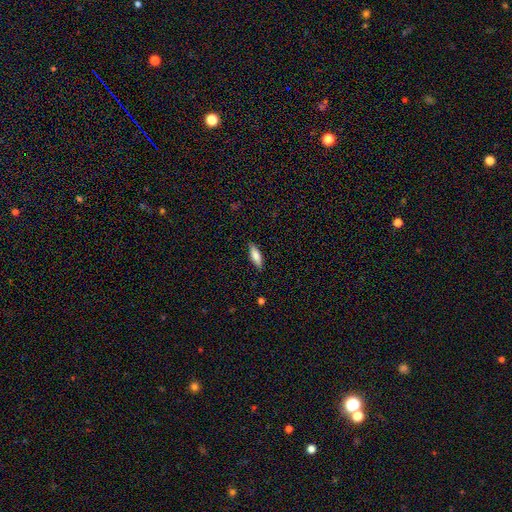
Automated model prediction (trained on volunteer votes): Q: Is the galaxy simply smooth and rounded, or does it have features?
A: smooth — 81%.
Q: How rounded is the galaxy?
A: in between — 52%.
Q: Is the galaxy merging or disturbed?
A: none — 86%.